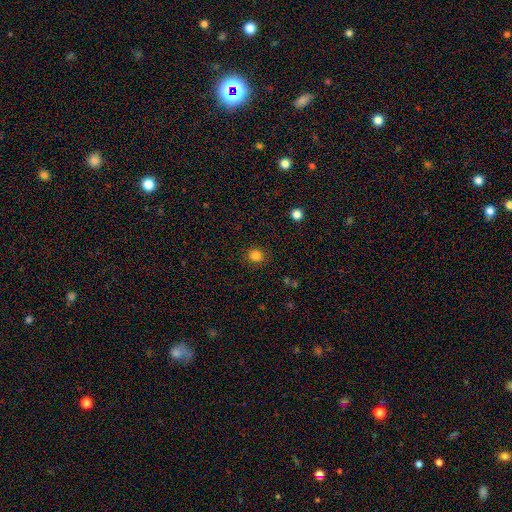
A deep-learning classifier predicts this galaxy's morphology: This is clearly a smooth galaxy (83%). How rounded: clearly round (81%). Merging: clearly none (88%).